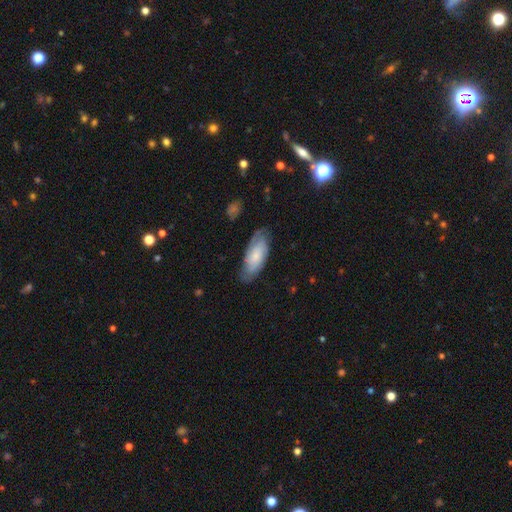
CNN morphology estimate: smooth-or-featured: smooth: 47% (tied) | featured or disk: 47% (tied) | star or artifact: 6%
  merging: none: 74% | minor disturbance: 20% | major disturbance: 5% | merger: 1%